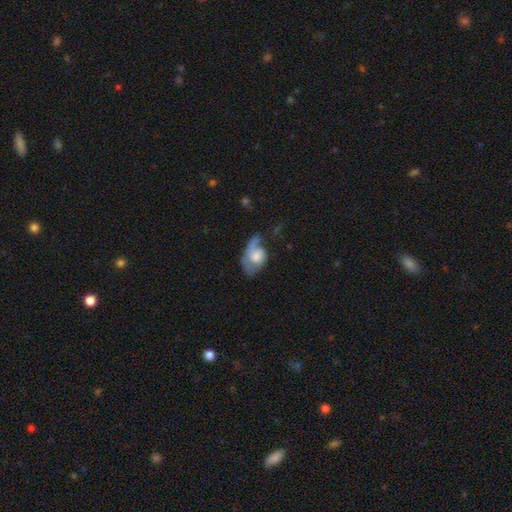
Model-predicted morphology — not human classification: Smooth or featured: featured or disk — 51% (smooth — 42%)
Edge-on disk: no — 95% (yes — 5%)
Merging: major disturbance — 42% (minor disturbance — 27%)